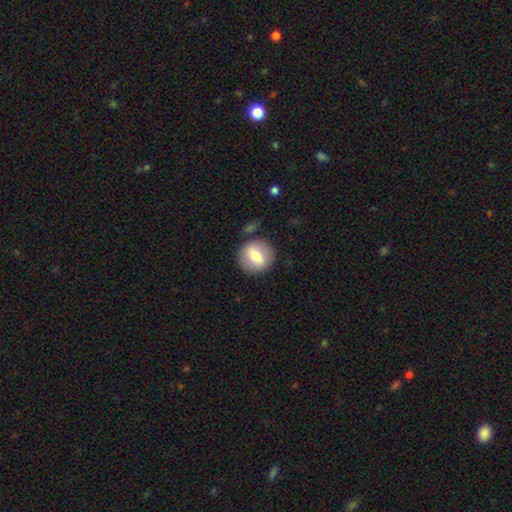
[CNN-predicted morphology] The model was most divided on "smooth or featured": smooth: 67%, featured or disk: 26%, star or artifact: 7%. More confident: how rounded — round (89%); merging — none (83%).